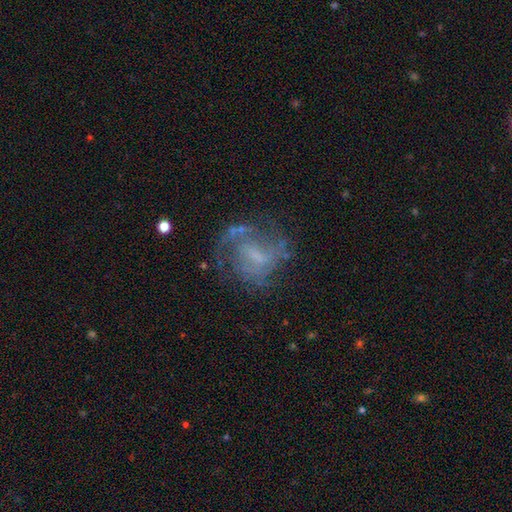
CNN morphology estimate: A featured or disk galaxy (73%) with a weak bar (49%), medium (44%) spiral arms (78%) and a small central bulge (38%).

Vote fractions:
- Smooth or featured? featured or disk: 73% / smooth: 16% / star or artifact: 12%
- Edge-on disk? no: 97% / yes: 3%
- Bar? weak: 49% / no: 37% / strong: 14%
- Spiral arms? yes: 78% / no: 22%
- Spiral winding? medium: 44% / tight: 34% / loose: 22%
- Spiral arm count? can't tell: 39% / 2: 30% / 3: 14% / 1: 9% / 4: 5% / more than 4: 3%
- Bulge size? small: 38% / none: 30% / moderate: 26% / large: 4% / dominant: 1%
- Merging? none: 57% / major disturbance: 21% / minor disturbance: 19% / merger: 4%